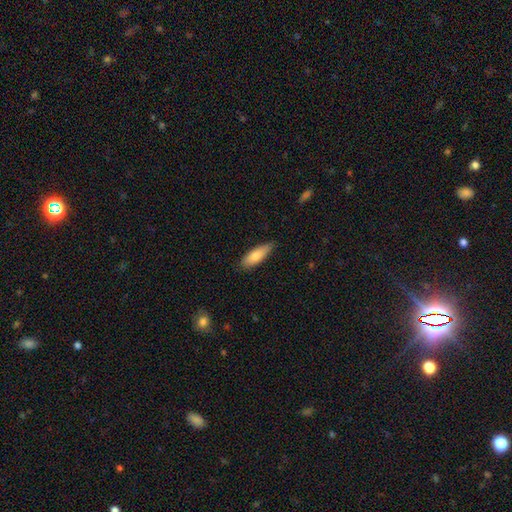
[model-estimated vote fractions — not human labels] smooth-or-featured: smooth: 80% | featured or disk: 14% | star or artifact: 6%
  how-rounded: in between: 58% | cigar-shaped: 40% | round: 2%
  merging: none: 79% | minor disturbance: 17% | major disturbance: 2% | merger: 1%